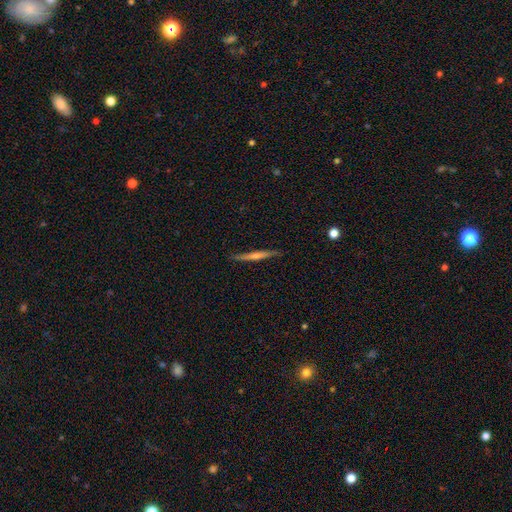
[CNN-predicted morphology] Smooth or featured? Predicted: featured or disk (p=0.68). Edge-on disk? Predicted: yes (p=0.97). Edge-on bulge? Predicted: rounded (p=0.61). Merging? Predicted: none (p=0.89).